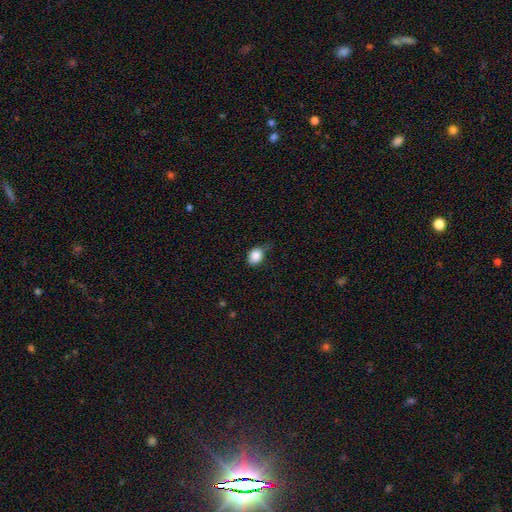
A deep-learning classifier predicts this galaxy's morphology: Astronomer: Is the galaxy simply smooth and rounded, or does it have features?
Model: smooth — 86%.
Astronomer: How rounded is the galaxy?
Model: in between — 53% (runner-up: round, 46%).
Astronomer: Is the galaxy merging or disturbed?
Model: none — 52% (runner-up: minor disturbance, 36%).